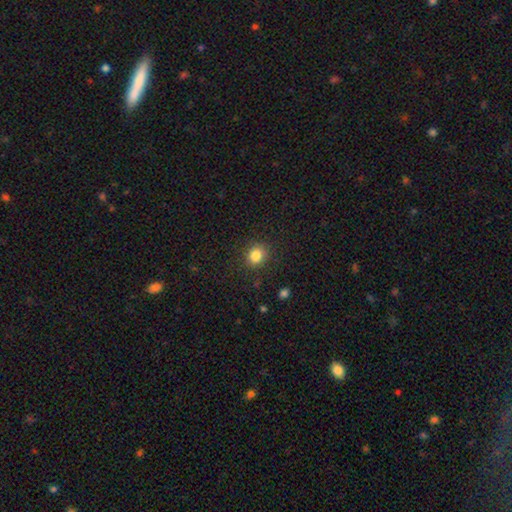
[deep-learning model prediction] Smooth or featured: smooth — 84% (star or artifact — 11%)
How rounded: round — 72% (in between — 27%)
Merging: none — 87% (minor disturbance — 9%)